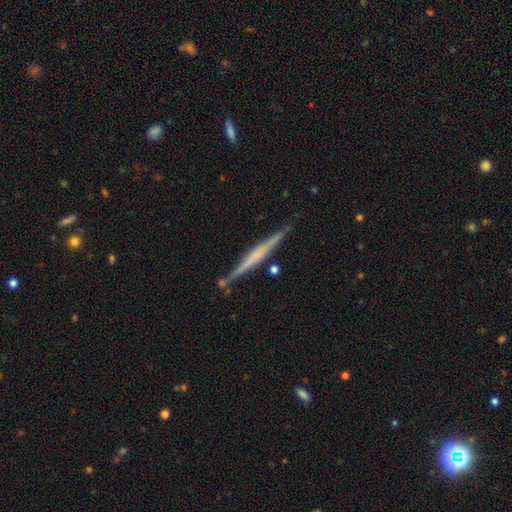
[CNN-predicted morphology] type=featured or disk (67%); edge-on=yes (98%); edge-on bulge=none (62%); merging=none (85%).